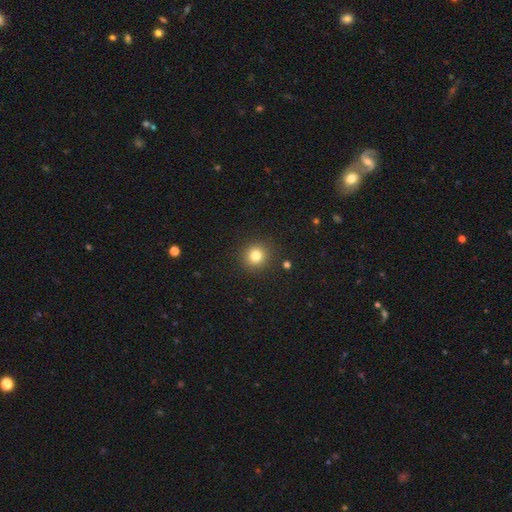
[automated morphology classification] Smooth or featured?
  - smooth: 80% *
  - star or artifact: 13%
  - featured or disk: 7%
How rounded?
  - round: 91% *
  - in between: 9%
  - cigar-shaped: 1%
Merging?
  - none: 90% *
  - minor disturbance: 6%
  - major disturbance: 2%
  - merger: 2%